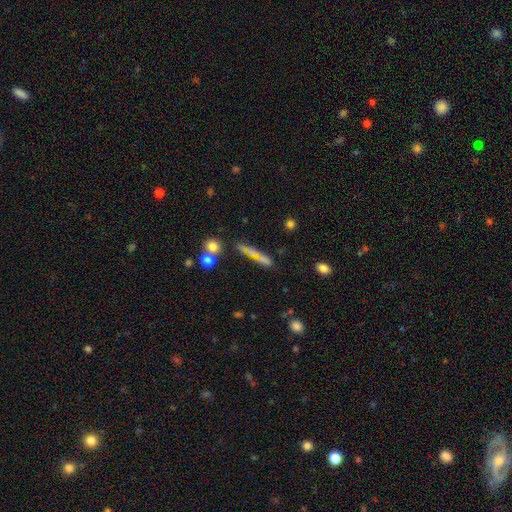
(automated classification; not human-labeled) Smooth or featured: smooth — 54% (featured or disk — 27%)
How rounded: cigar-shaped — 63% (in between — 26%)
Merging: none — 50% (merger — 25%)